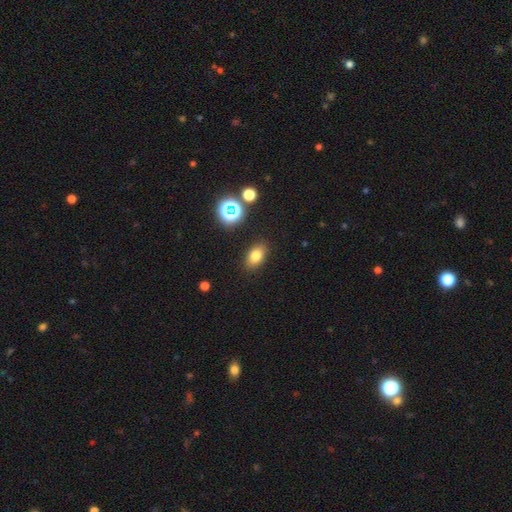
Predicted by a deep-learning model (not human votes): Overall: smooth (77%). How rounded: in between (83%). Merging: none (87%).